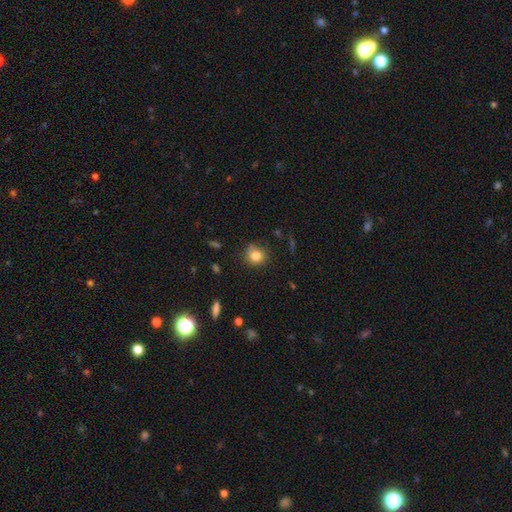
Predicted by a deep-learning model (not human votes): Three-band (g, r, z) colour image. It shows a smooth galaxy with no disk features (81%) that is round (85%). Merging: none (71%).